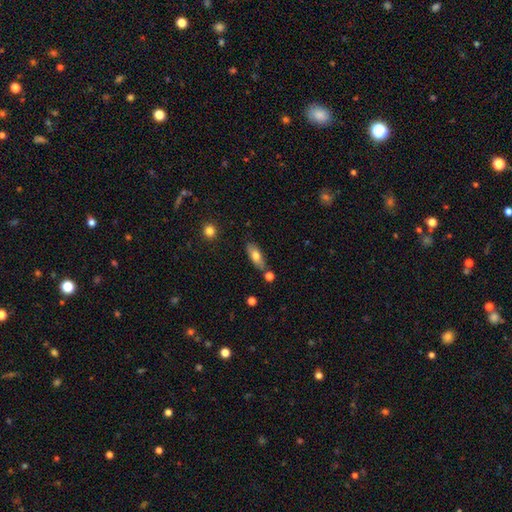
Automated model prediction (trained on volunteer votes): The model was most divided on "smooth or featured": smooth: 70%, featured or disk: 23%, star or artifact: 7%. More confident: merging — none (75%); how rounded — in between (73%).